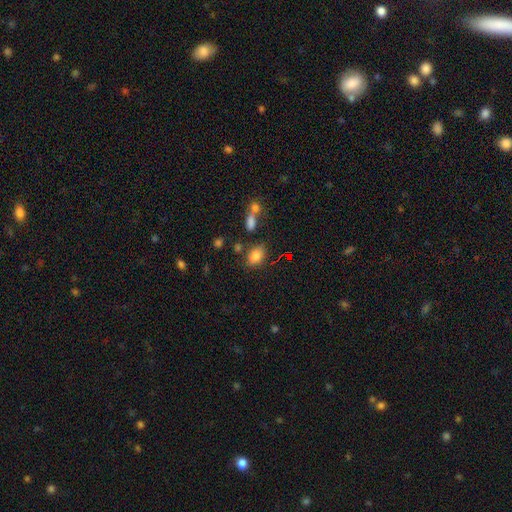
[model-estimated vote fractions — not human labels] smooth-or-featured: smooth: 80% | star or artifact: 12% | featured or disk: 8%
  how-rounded: in between: 75% | round: 23% | cigar-shaped: 2%
  merging: none: 72% | minor disturbance: 15% | merger: 8% | major disturbance: 5%